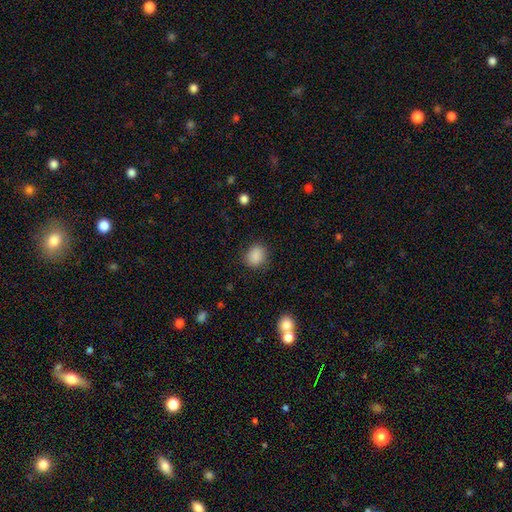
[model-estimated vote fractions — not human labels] smooth_or_featured: smooth (p=0.88) [alt: star or artifact p=0.09]
how_rounded: round (p=0.58) [alt: in between p=0.41]
merging: none (p=0.84) [alt: minor disturbance p=0.11]